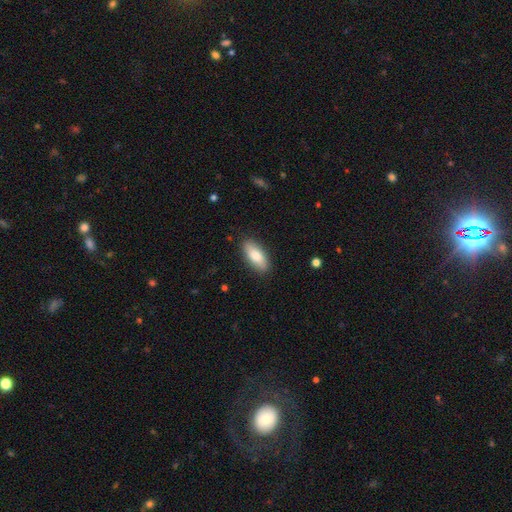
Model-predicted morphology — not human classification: smooth_or_featured: smooth (p=0.80) [alt: featured or disk p=0.14]
how_rounded: in between (p=0.80) [alt: cigar-shaped p=0.17]
merging: none (p=0.87) [alt: minor disturbance p=0.09]